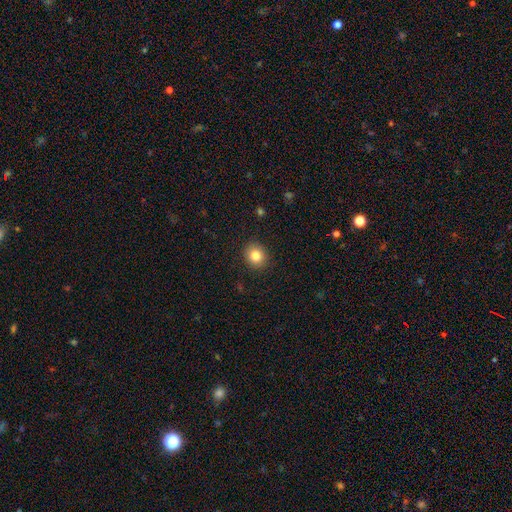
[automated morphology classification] Overall: smooth (82%). How rounded: round (83%). Merging: none (91%).